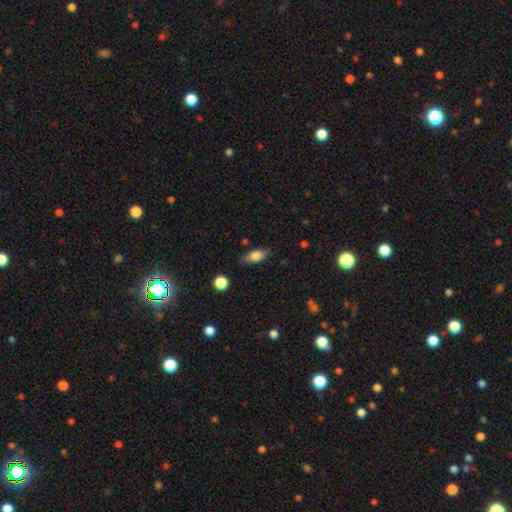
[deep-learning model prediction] A smooth galaxy with no disk features (76%) that is in between round and cigar-shaped (78%). Merging: none (82%).